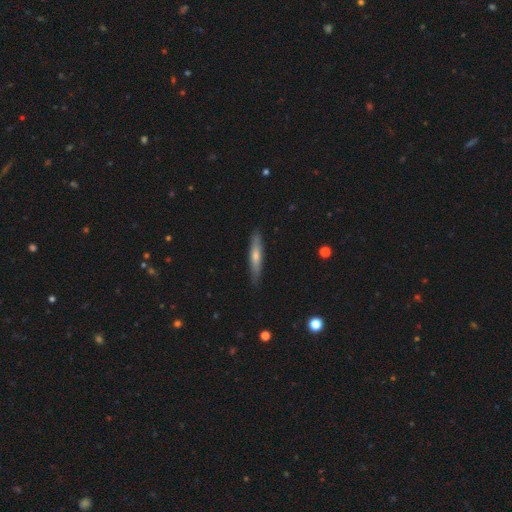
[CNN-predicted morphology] A smooth galaxy with no disk features (53%) that is cigar-shaped (88%).

Vote fractions:
- Smooth or featured? smooth: 53% / featured or disk: 41% / star or artifact: 6%
- How rounded? cigar-shaped: 88% / in between: 10% / round: 2%
- Merging? none: 85% / minor disturbance: 12% / major disturbance: 2% / merger: 1%